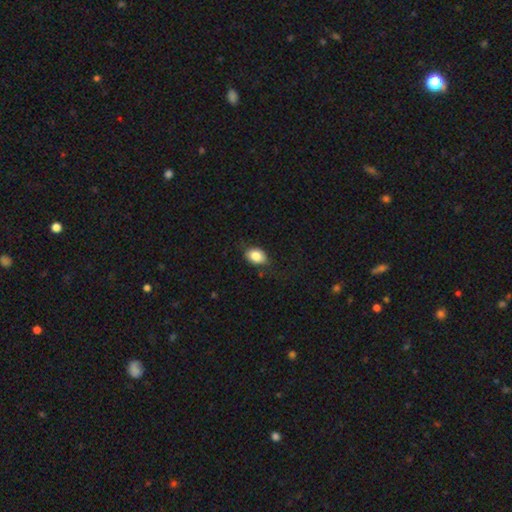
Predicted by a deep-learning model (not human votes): Smooth or featured? smooth (84%)
How rounded? in between (75%)
Merging? none (75%)